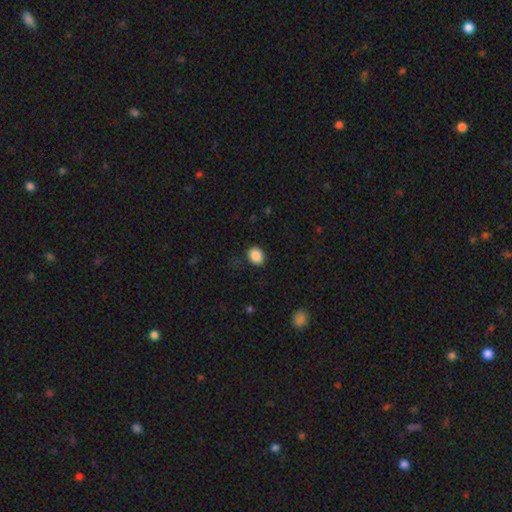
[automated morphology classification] smooth_or_featured: smooth (p=0.88) [alt: star or artifact p=0.09]
how_rounded: in between (p=0.55) [alt: round p=0.44]
merging: none (p=0.83) [alt: minor disturbance p=0.12]